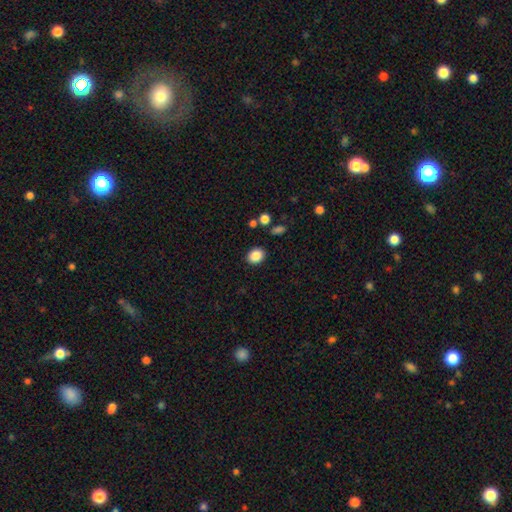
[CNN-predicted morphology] smooth_or_featured: smooth (p=0.86) [alt: star or artifact p=0.09]
how_rounded: round (p=0.54) [alt: in between p=0.45]
merging: none (p=0.87) [alt: minor disturbance p=0.08]